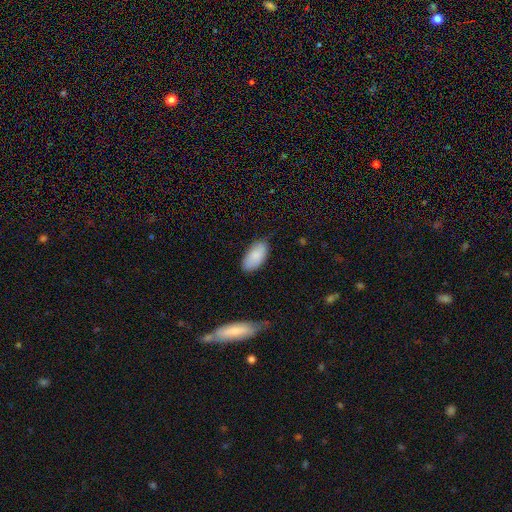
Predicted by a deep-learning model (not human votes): smooth 85%, featured or disk 9%, star or artifact 6%. Down the decision tree: how rounded — in between (94%); merging — none (79%).